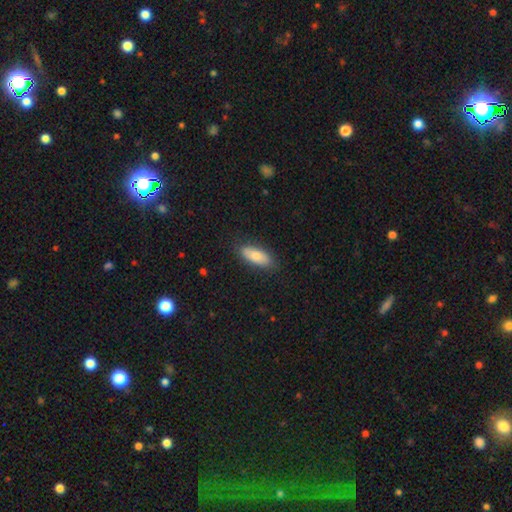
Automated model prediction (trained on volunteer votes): Smooth or featured: smooth — 75% (featured or disk — 19%)
How rounded: in between — 75% (cigar-shaped — 23%)
Merging: none — 84% (minor disturbance — 12%)